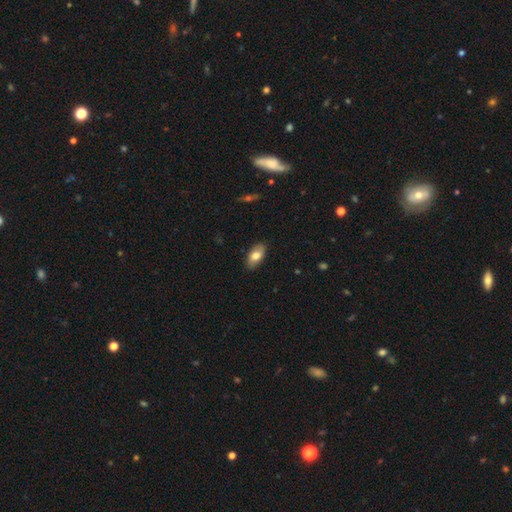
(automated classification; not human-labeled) Smooth or featured? smooth (76%)
How rounded? in between (93%)
Merging? none (85%)